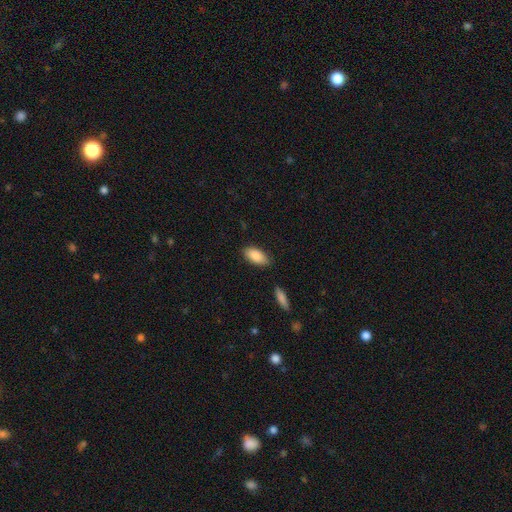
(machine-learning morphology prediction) Smooth or featured? smooth (87%)
How rounded? in between (91%)
Merging? none (82%)